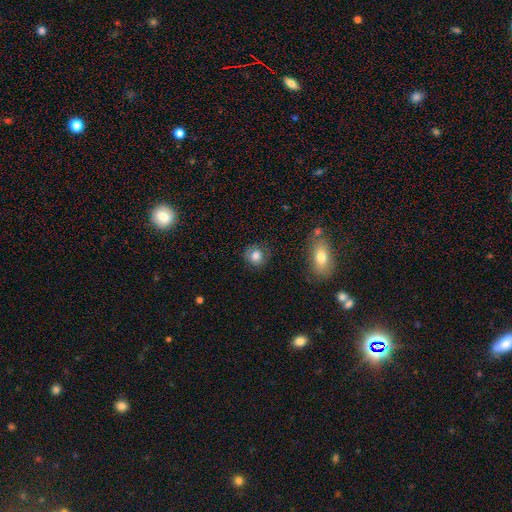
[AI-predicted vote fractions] The model was most divided on "merging": none: 78%, minor disturbance: 15%, major disturbance: 5%, merger: 2%. More confident: how rounded — round (82%); smooth or featured — smooth (81%).